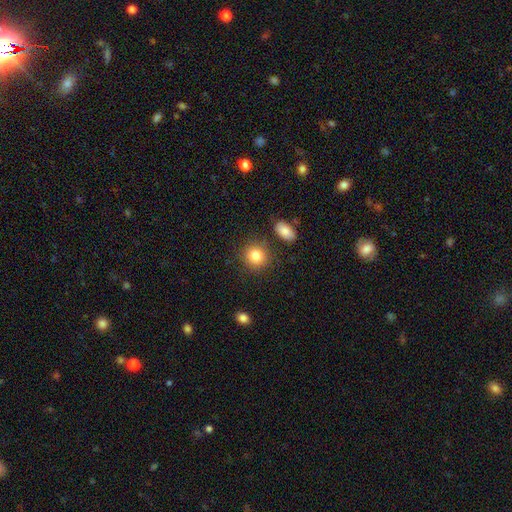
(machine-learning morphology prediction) smooth 83%, star or artifact 9%, featured or disk 7%. Down the decision tree: how rounded — round (82%); merging — none (81%).